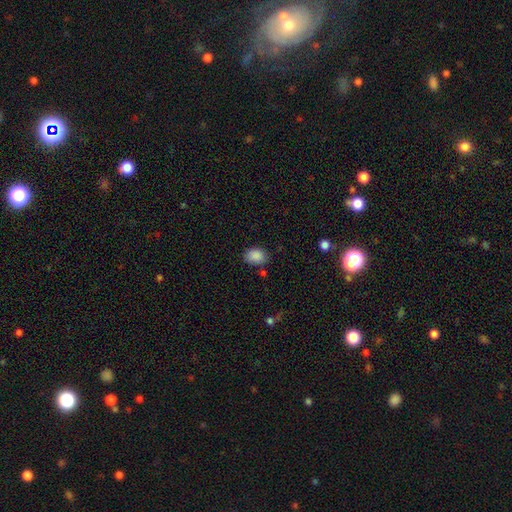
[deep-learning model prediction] smooth_or_featured: smooth (p=0.87) [alt: star or artifact p=0.09]
how_rounded: in between (p=0.70) [alt: round p=0.29]
merging: none (p=0.75) [alt: minor disturbance p=0.17]